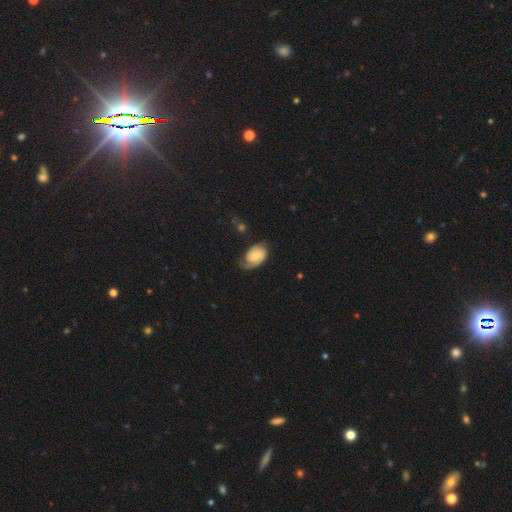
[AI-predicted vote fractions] A featured or disk galaxy (55%) with no bar (63%), spiral arms (89%) and a small central bulge (45%).

Vote fractions:
- Smooth or featured? featured or disk: 55% / smooth: 38% / star or artifact: 7%
- Edge-on disk? no: 96% / yes: 4%
- Bar? no: 63% / weak: 31% / strong: 6%
- Spiral arms? yes: 89% / no: 11%
- Bulge size? small: 45% / moderate: 38% / none: 9% / large: 6% / dominant: 2%
- Merging? none: 57% / minor disturbance: 28% / major disturbance: 13% / merger: 2%